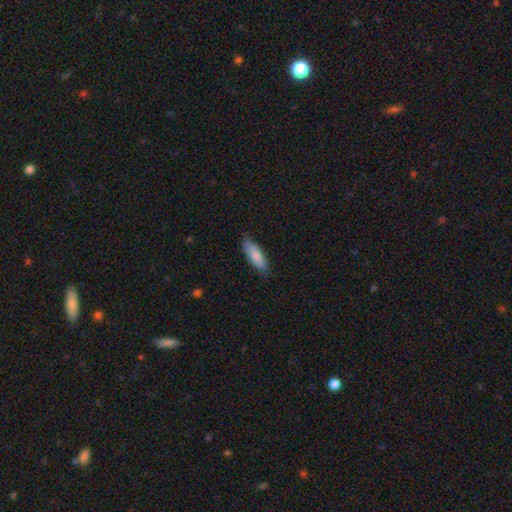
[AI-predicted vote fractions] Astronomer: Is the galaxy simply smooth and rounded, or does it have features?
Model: smooth — 81%.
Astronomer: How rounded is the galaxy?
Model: in between — 60% (runner-up: cigar-shaped, 38%).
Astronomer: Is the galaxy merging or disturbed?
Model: none — 79%.